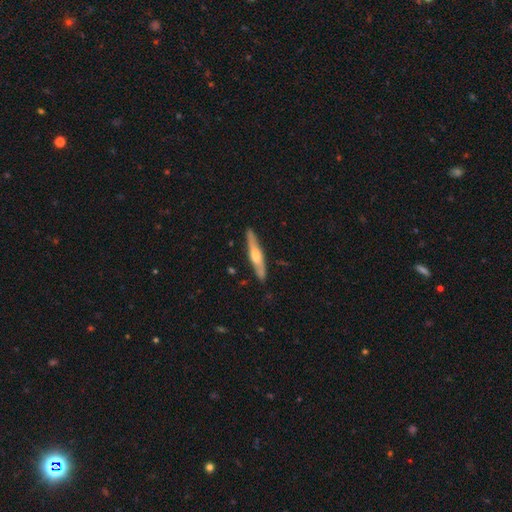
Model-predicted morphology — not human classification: Q: Smooth or featured?
A: featured or disk (65%); runner-up: smooth (30%)
Q: Edge-on disk?
A: yes (94%); runner-up: no (6%)
Q: Edge-on bulge?
A: rounded (83%); runner-up: boxy (10%)
Q: Merging?
A: none (87%); runner-up: minor disturbance (10%)